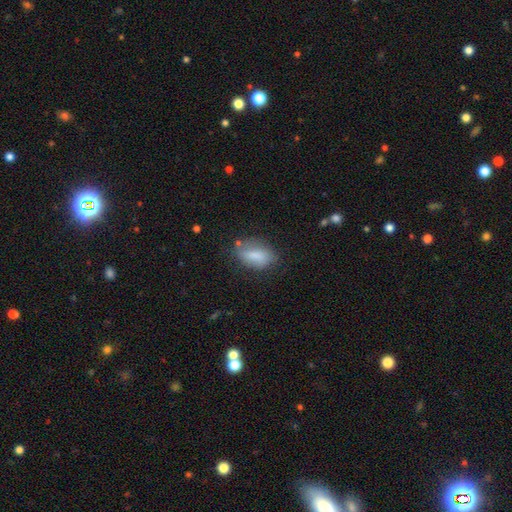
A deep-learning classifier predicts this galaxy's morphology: Smooth or featured?
  - smooth: 78% *
  - featured or disk: 14%
  - star or artifact: 7%
How rounded?
  - in between: 87% *
  - round: 7%
  - cigar-shaped: 6%
Merging?
  - none: 65% *
  - minor disturbance: 24%
  - major disturbance: 7%
  - merger: 4%